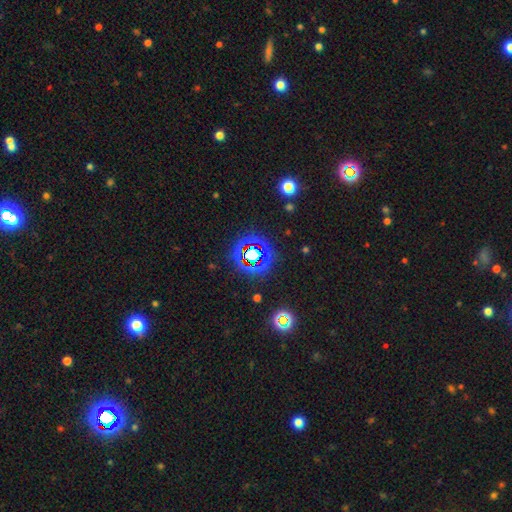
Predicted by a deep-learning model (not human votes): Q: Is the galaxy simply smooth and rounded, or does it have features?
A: star or artifact — 77%.